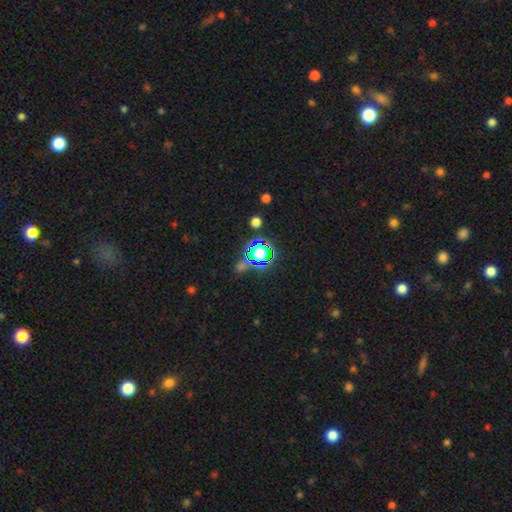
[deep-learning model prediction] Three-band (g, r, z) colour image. It shows a star or artifact, not a galaxy (78%).